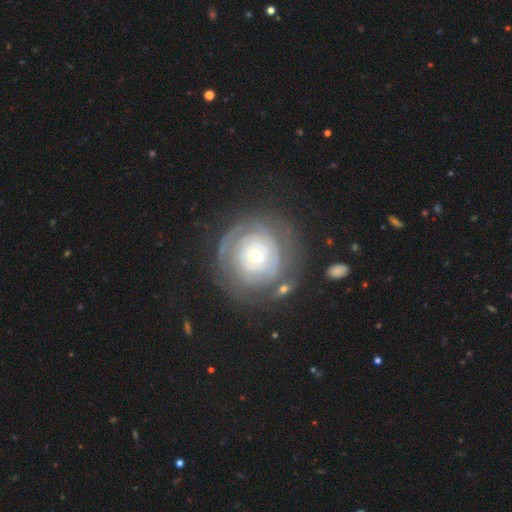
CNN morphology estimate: This appears to be a featured or disk galaxy (73%) with no bar (82%), spiral arms (71%) and a small central bulge (49%). Merging: none (68%).